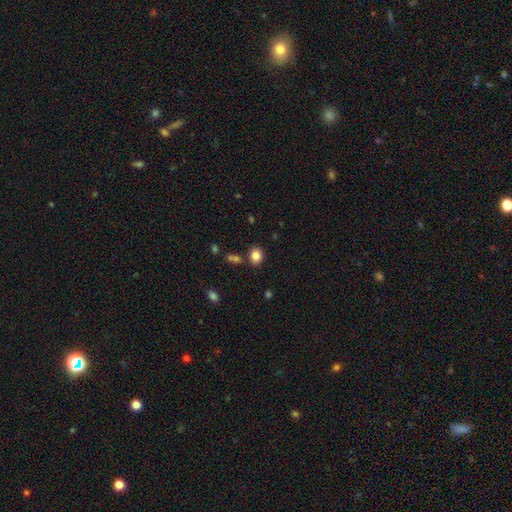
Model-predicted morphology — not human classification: Smooth or featured?
  - smooth: 85% *
  - star or artifact: 10%
  - featured or disk: 5%
How rounded?
  - round: 56% *
  - in between: 43%
  - cigar-shaped: 1%
Merging?
  - none: 81% *
  - minor disturbance: 10%
  - merger: 6%
  - major disturbance: 3%